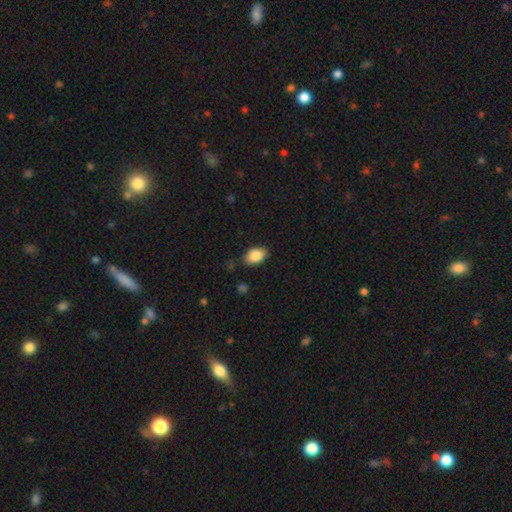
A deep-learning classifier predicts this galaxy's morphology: This appears to be a smooth galaxy with no disk features (86%) that is in between round and cigar-shaped (89%). Merging: none (83%).